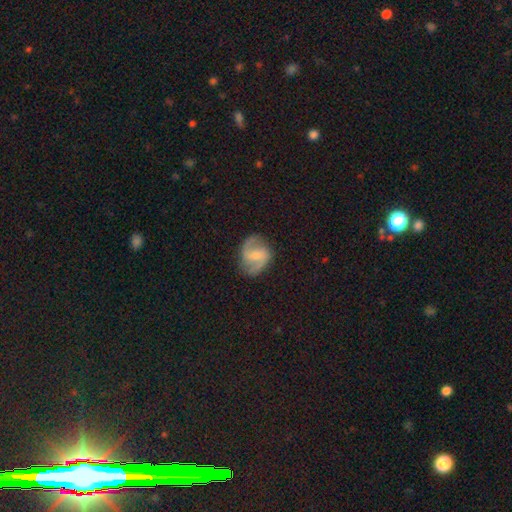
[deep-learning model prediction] Smooth or featured? Predicted: featured or disk (p=0.81). Edge-on disk? Predicted: no (p=0.98). Bar? Predicted: weak (p=0.53). Spiral arms? Predicted: yes (p=0.95). Spiral winding? Predicted: medium (p=0.52). Spiral arm count? Predicted: 2 (p=0.92). Bulge size? Predicted: small (p=0.52). Merging? Predicted: none (p=0.80).